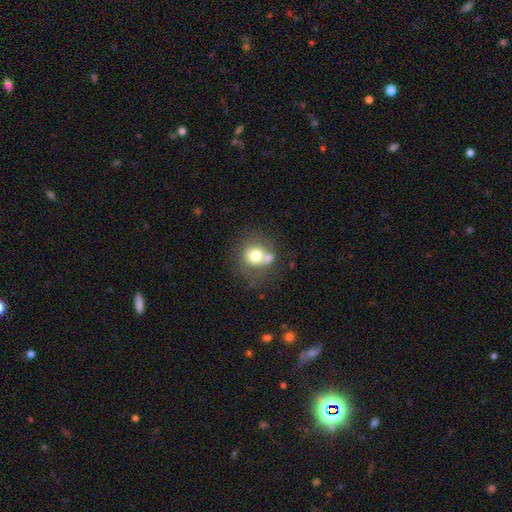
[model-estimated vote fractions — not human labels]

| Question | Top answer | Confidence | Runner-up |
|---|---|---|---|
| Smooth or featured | smooth | 68% | featured or disk (21%) |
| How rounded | round | 79% | in between (20%) |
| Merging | none | 44% | merger (33%) |